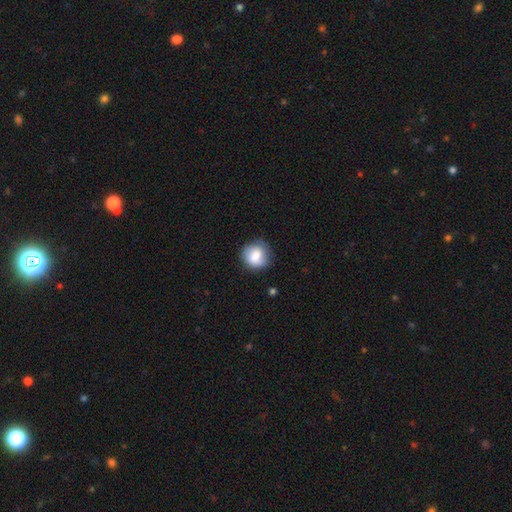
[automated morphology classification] smooth 80%, featured or disk 12%, star or artifact 8%. Down the decision tree: how rounded — round (84%); merging — none (72%).